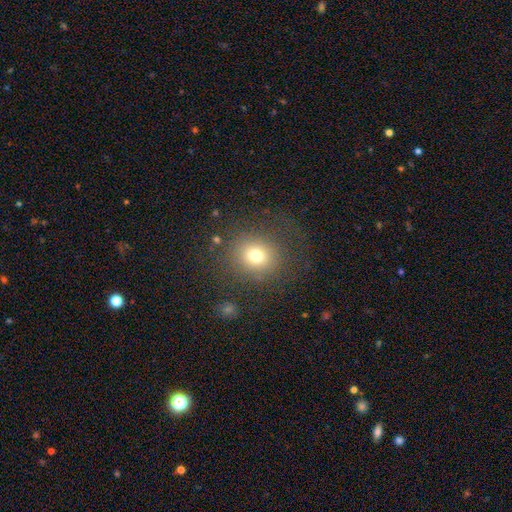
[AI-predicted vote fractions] This is likely a smooth galaxy (73%). How rounded: clearly round (83%). Merging: likely none (76%).